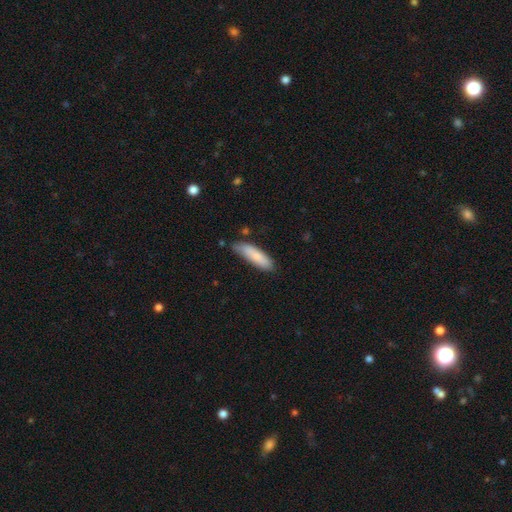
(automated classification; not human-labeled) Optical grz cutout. It shows a smooth galaxy with no disk features (80%) that is cigar-shaped (60%). Merging: none (71%).